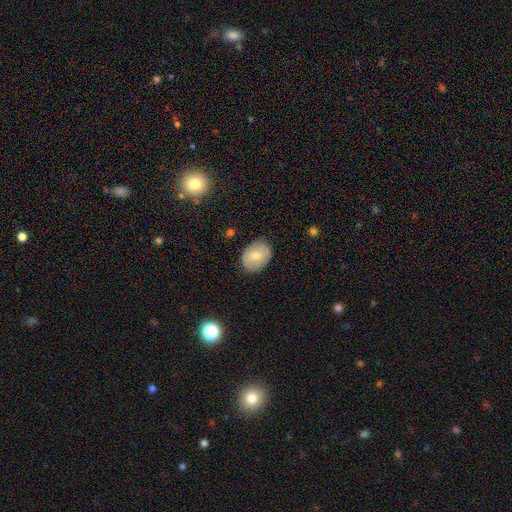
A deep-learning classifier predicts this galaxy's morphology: Q: Smooth or featured?
A: smooth (72%); runner-up: featured or disk (21%)
Q: How rounded?
A: in between (63%); runner-up: round (36%)
Q: Merging?
A: none (83%); runner-up: minor disturbance (13%)